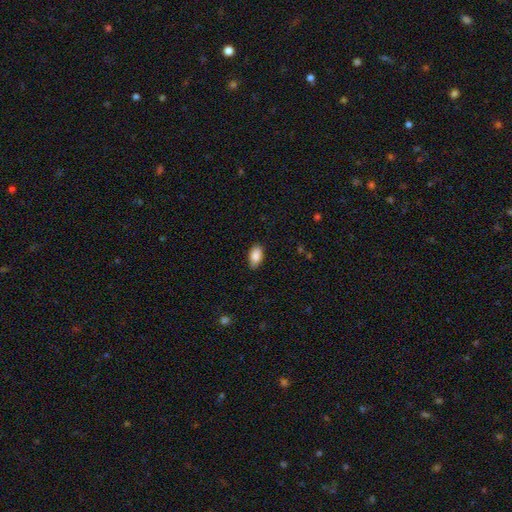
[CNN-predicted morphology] A smooth galaxy with no disk features (89%) that is in between round and cigar-shaped (93%). Merging: none (84%).